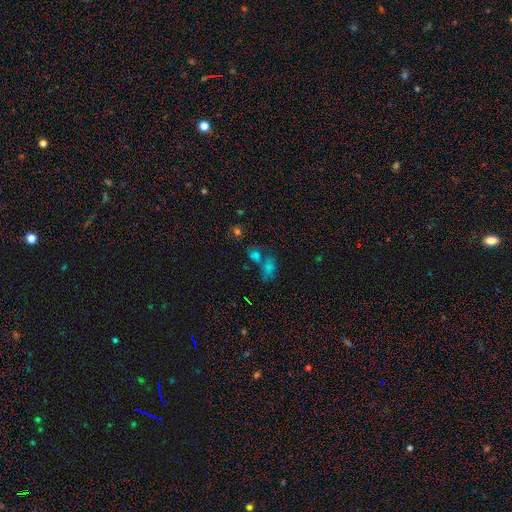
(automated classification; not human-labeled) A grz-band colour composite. It shows a smooth galaxy with no disk features (67%) that is in between round and cigar-shaped (67%). Merging: merger (43%).